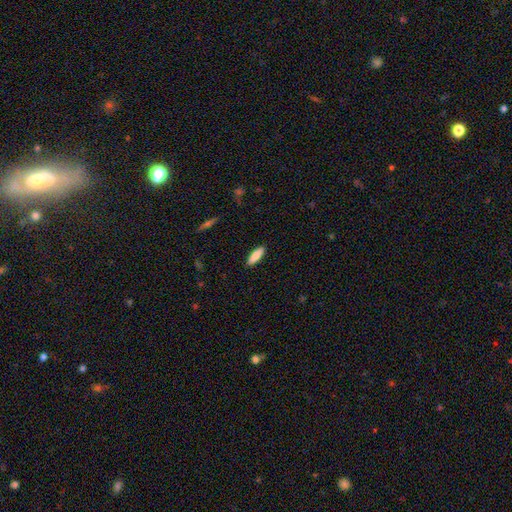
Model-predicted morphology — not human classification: type=smooth (84%); roundness=cigar-shaped (58%); merging=none (90%).